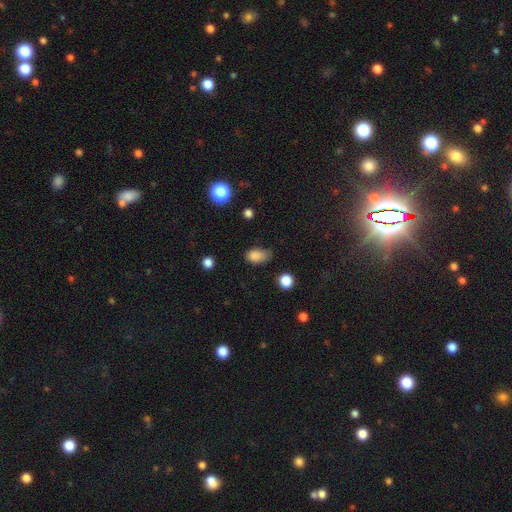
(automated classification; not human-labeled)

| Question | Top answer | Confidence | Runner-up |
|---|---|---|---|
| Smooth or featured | smooth | 84% | star or artifact (11%) |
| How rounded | in between | 86% | round (12%) |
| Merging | none | 50% | minor disturbance (38%) |